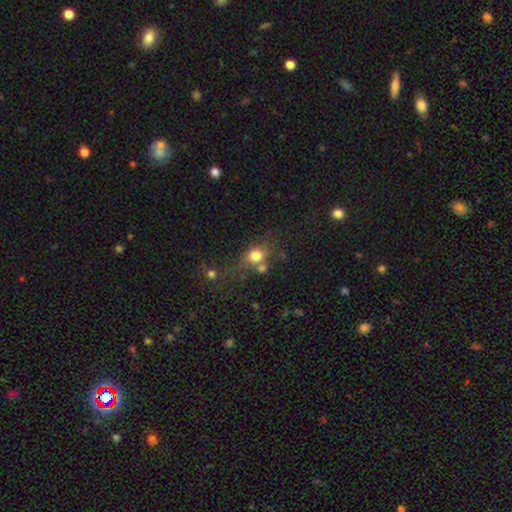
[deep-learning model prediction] A smooth galaxy with no disk features (74%) that is round (64%). Merging: none (50%).